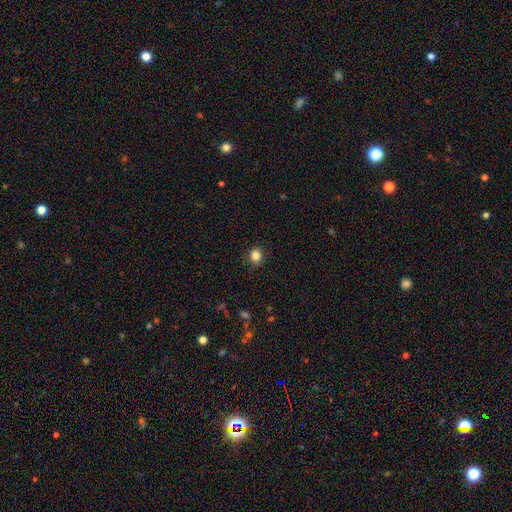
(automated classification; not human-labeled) This is clearly a smooth galaxy (84%). How rounded: likely round (76%). Merging: clearly none (88%).